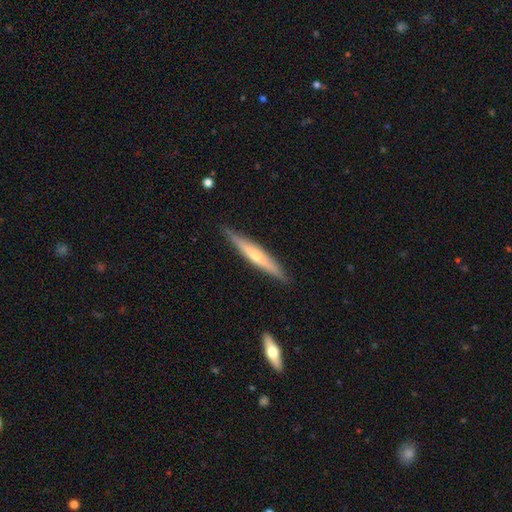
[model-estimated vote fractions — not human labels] Overall: featured or disk (55%; smooth 39%). Edge-on disk: yes (95%). Edge-on bulge: rounded (58%; none 35%). Merging: none (88%).